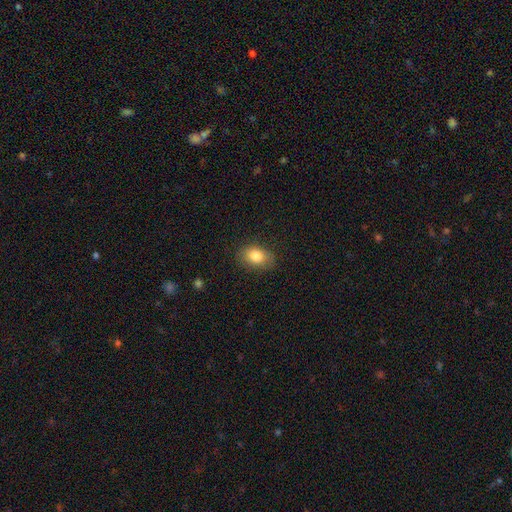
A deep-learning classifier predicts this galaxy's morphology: This appears to be a smooth galaxy with no disk features (82%) that is in between round and cigar-shaped (81%). Merging: none (83%).